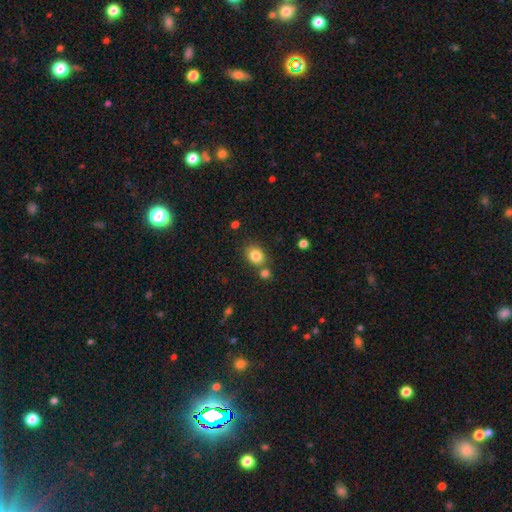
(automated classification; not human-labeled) smooth 83%, star or artifact 10%, featured or disk 7%. Down the decision tree: how rounded — in between (51%); merging — none (68%).